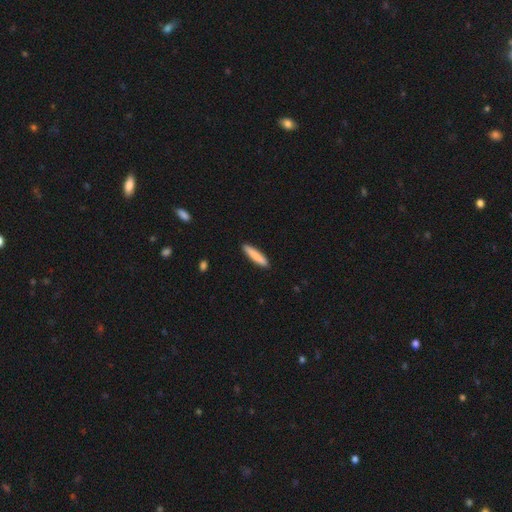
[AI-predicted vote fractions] Smooth or featured?
  - smooth: 84% *
  - featured or disk: 11%
  - star or artifact: 5%
How rounded?
  - cigar-shaped: 88% *
  - in between: 11%
  - round: 1%
Merging?
  - none: 91% *
  - minor disturbance: 7%
  - major disturbance: 1%
  - merger: 1%